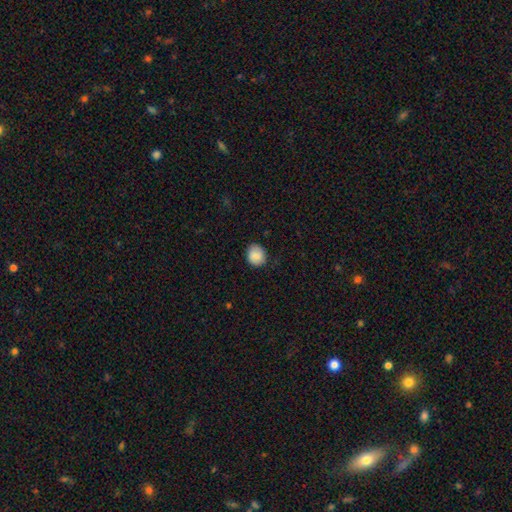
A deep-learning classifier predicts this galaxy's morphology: Smooth or featured: smooth — 87% (star or artifact — 8%)
How rounded: round — 75% (in between — 25%)
Merging: none — 81% (minor disturbance — 15%)